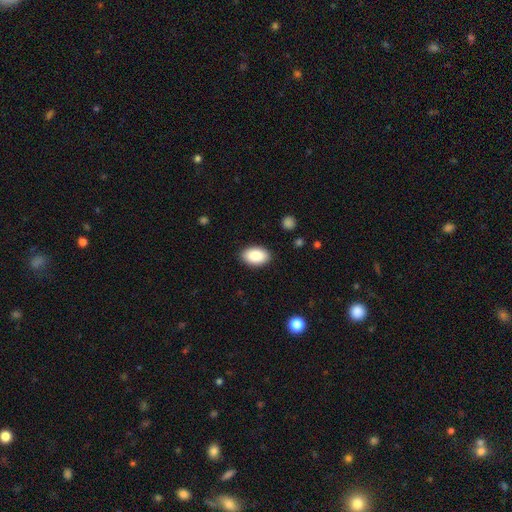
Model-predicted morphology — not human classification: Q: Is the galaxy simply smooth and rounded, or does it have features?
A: smooth — 89%.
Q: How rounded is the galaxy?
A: in between — 93%.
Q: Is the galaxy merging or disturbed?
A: none — 89%.